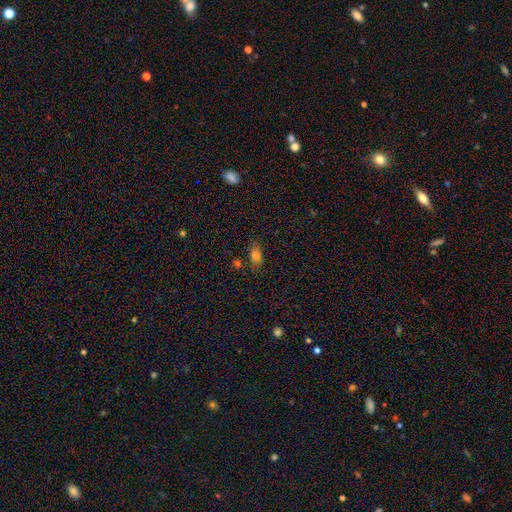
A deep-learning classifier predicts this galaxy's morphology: smooth-or-featured: smooth: 71% | star or artifact: 19% | featured or disk: 10%
  how-rounded: in between: 83% | round: 10% | cigar-shaped: 7%
  merging: none: 74% | minor disturbance: 16% | major disturbance: 5% | merger: 5%